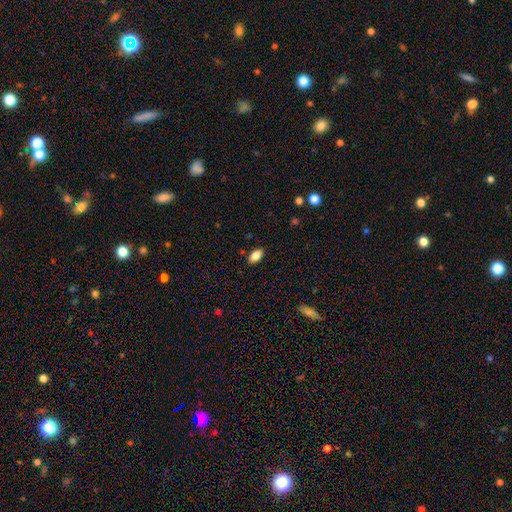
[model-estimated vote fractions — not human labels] Smooth or featured? Predicted: smooth (p=0.84). How rounded? Predicted: in between (p=0.92). Merging? Predicted: none (p=0.87).